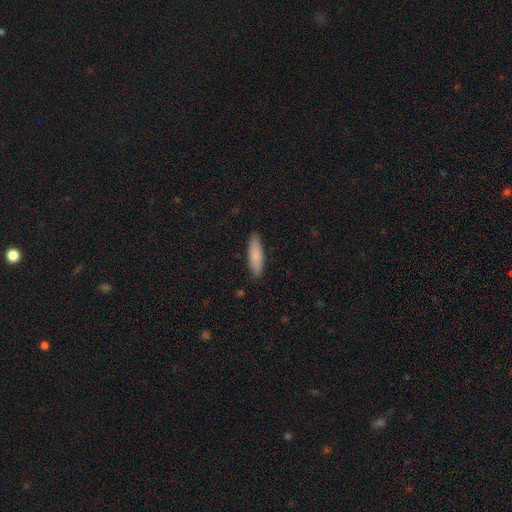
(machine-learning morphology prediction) type=smooth (83%); roundness=cigar-shaped (59%); merging=none (87%).